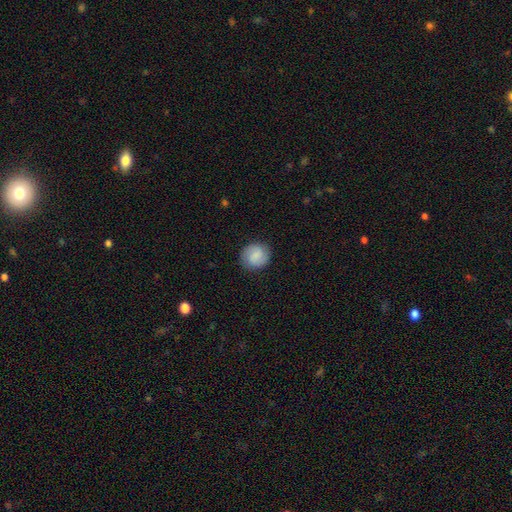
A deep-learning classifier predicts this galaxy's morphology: This appears to be a smooth galaxy with no disk features (76%) that is round (81%). Merging: none (88%).